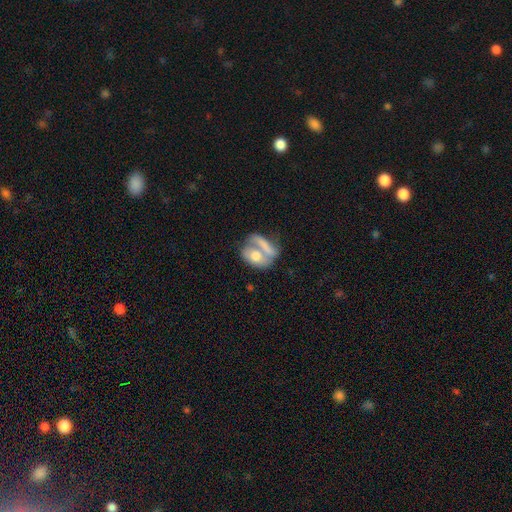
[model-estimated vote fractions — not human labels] This is possibly a smooth galaxy (55%). How rounded: likely in between (64%). Merging: possibly merger (55%).